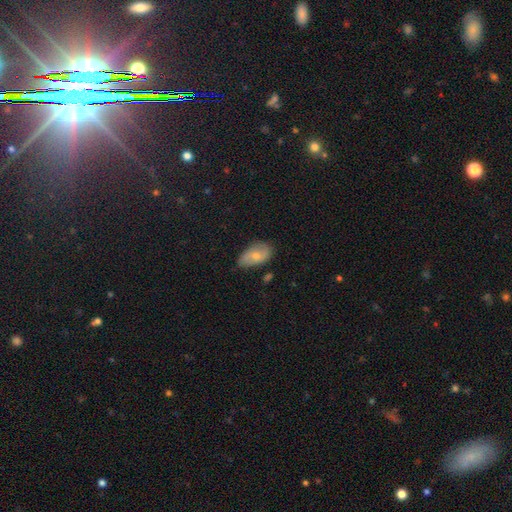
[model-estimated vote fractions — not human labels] A smooth galaxy with no disk features (60%) that is in between round and cigar-shaped (92%). Merging: none (63%).